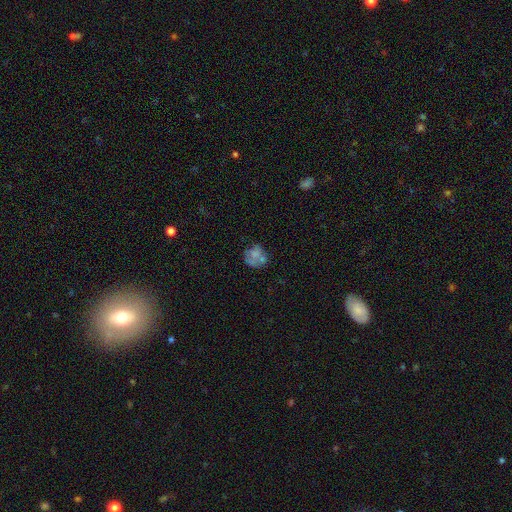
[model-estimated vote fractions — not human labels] This appears to be a smooth galaxy with no disk features (55%) that is round (70%). Merging: none (41%).